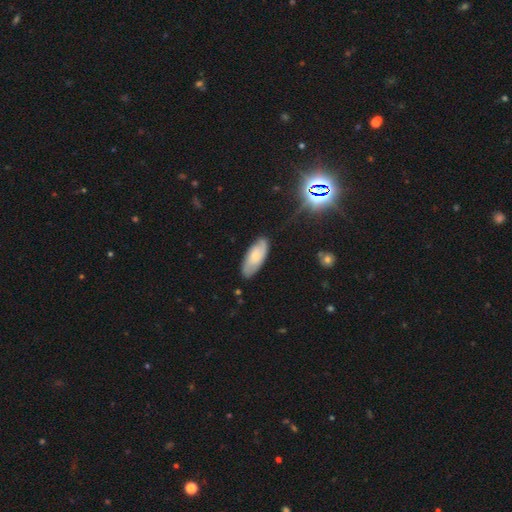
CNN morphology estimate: Smooth or featured: smooth — 58% (featured or disk — 35%)
How rounded: in between — 82% (cigar-shaped — 16%)
Merging: none — 79% (minor disturbance — 16%)